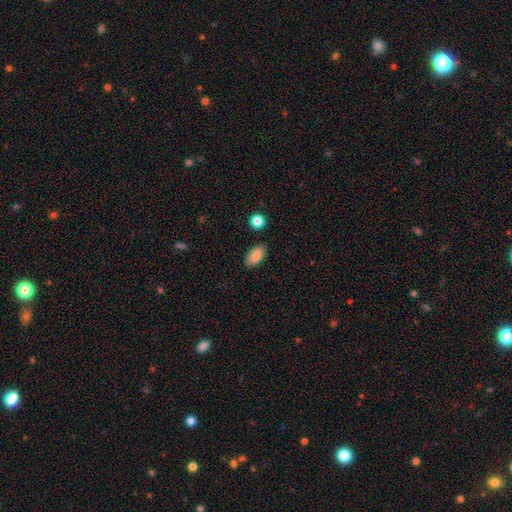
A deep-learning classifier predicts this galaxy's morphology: Smooth or featured?
  - smooth: 87% *
  - star or artifact: 7%
  - featured or disk: 6%
How rounded?
  - in between: 93% *
  - round: 4%
  - cigar-shaped: 3%
Merging?
  - none: 85% *
  - minor disturbance: 11%
  - major disturbance: 2%
  - merger: 2%